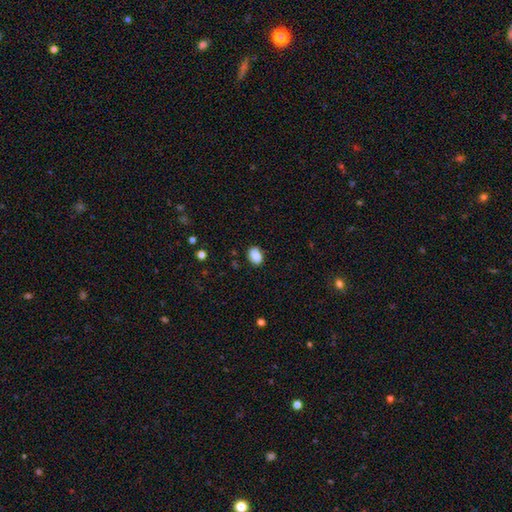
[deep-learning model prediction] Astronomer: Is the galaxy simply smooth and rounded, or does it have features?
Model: smooth — 88%.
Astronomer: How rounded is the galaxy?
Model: in between — 79%.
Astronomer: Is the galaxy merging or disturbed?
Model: none — 86%.